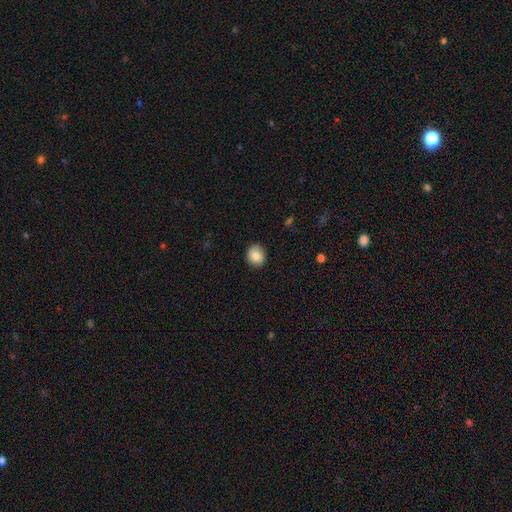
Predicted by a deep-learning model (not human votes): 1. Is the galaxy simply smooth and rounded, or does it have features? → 85% smooth, 8% star or artifact, 7% featured or disk.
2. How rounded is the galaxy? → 69% round, 30% in between, 1% cigar-shaped.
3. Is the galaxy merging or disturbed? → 88% none, 9% minor disturbance, 2% major disturbance, 1% merger.